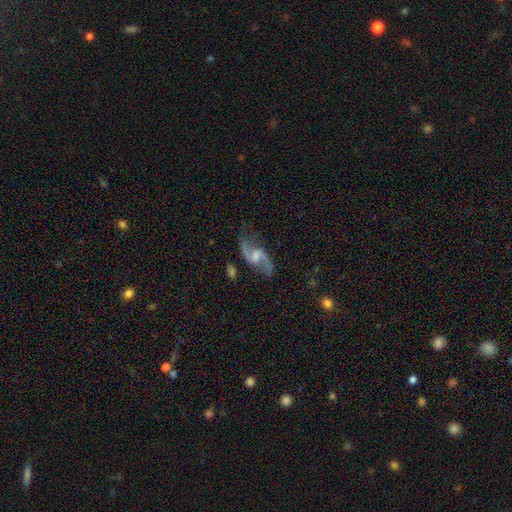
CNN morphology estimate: The model was most divided on "bulge size": small: 43%, moderate: 36%, none: 16%, large: 3%, dominant: 1%. More confident: edge-on disk — no (97%); spiral arms — yes (97%); spiral arm count — 2 (94%); smooth or featured — featured or disk (89%); merging — none (78%); spiral winding — loose (69%); bar — weak (53%).